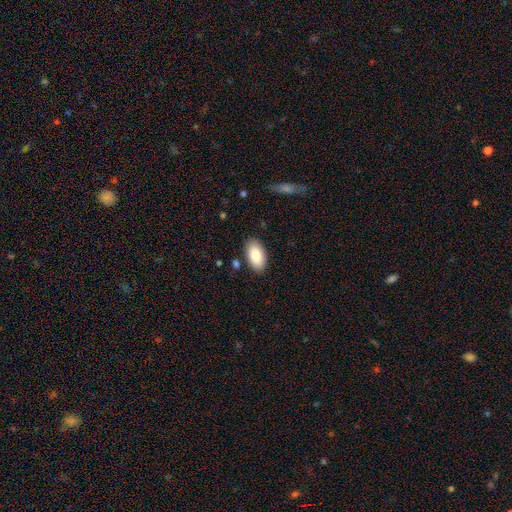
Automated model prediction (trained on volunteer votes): smooth_or_featured: smooth (p=0.85) [alt: featured or disk p=0.08]
how_rounded: in between (p=0.95) [alt: round p=0.03]
merging: none (p=0.86) [alt: minor disturbance p=0.10]